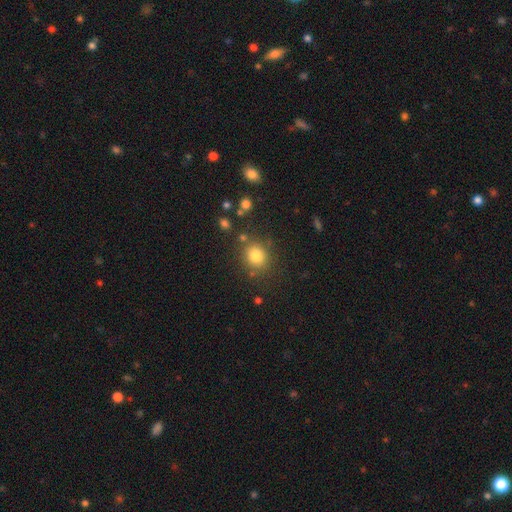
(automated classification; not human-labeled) Smooth or featured? Predicted: smooth (p=0.81). How rounded? Predicted: round (p=0.78). Merging? Predicted: none (p=0.79).